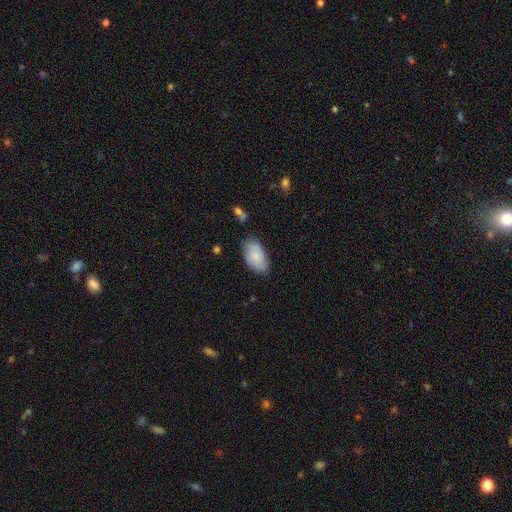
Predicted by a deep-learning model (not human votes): The model was most divided on "merging": none: 72%, minor disturbance: 22%, major disturbance: 4%, merger: 2%. More confident: how rounded — in between (95%); smooth or featured — smooth (81%).